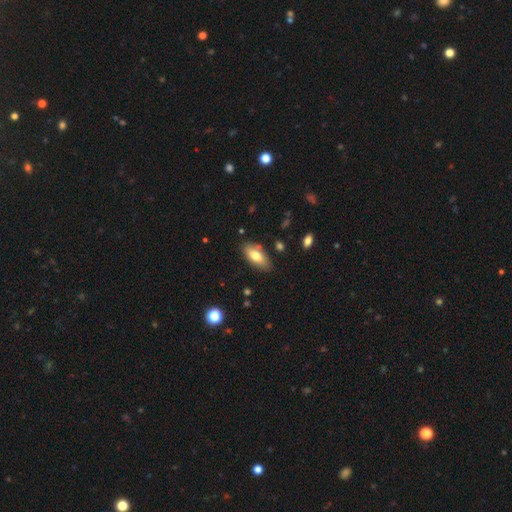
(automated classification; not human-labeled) Smooth or featured: smooth — 75% (featured or disk — 18%)
How rounded: in between — 86% (cigar-shaped — 11%)
Merging: none — 81% (minor disturbance — 13%)